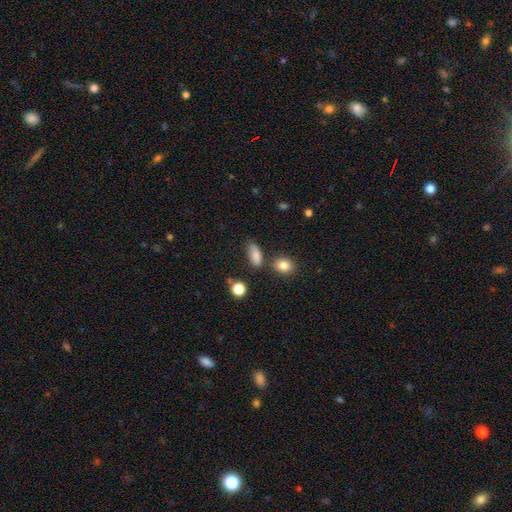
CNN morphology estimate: Q: Smooth or featured?
A: smooth (84%); runner-up: star or artifact (10%)
Q: How rounded?
A: in between (77%); runner-up: cigar-shaped (15%)
Q: Merging?
A: none (70%); runner-up: minor disturbance (17%)